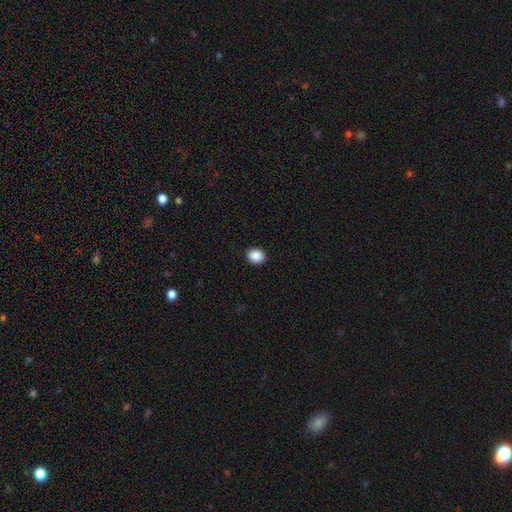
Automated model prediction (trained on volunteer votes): smooth_or_featured: smooth (p=0.89) [alt: star or artifact p=0.09]
how_rounded: round (p=0.71) [alt: in between p=0.28]
merging: none (p=0.92) [alt: minor disturbance p=0.05]